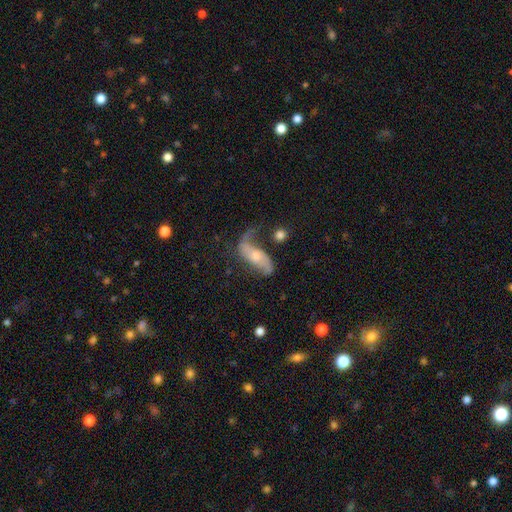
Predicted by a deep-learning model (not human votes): Smooth or featured? featured or disk (75%)
Edge-on disk? no (87%)
Bar? no (57%)
Spiral arms? yes (89%)
Spiral winding? loose (77%)
Spiral arm count? 2 (81%)
Bulge size? small (50%)
Merging? none (45%)